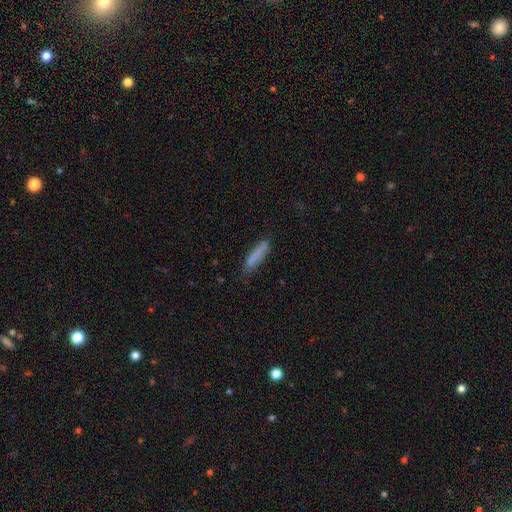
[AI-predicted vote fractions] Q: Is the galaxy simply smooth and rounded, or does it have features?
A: smooth — 80%.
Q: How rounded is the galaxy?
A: cigar-shaped — 83%.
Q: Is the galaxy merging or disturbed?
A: none — 72%.